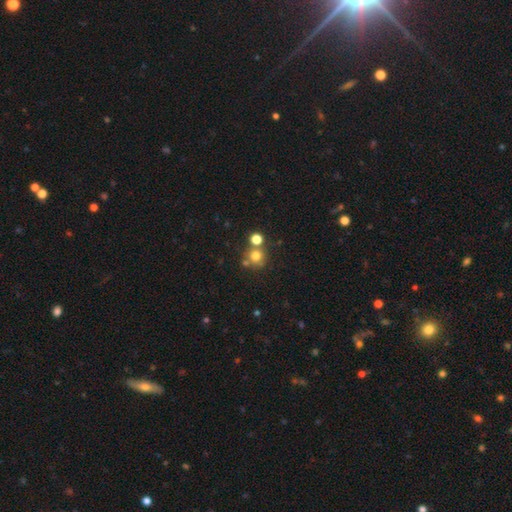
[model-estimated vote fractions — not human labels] A smooth galaxy with no disk features (74%) that is round (89%).

Vote fractions:
- Smooth or featured? smooth: 74% / star or artifact: 16% / featured or disk: 10%
- How rounded? round: 89% / in between: 10% / cigar-shaped: 1%
- Merging? none: 62% / merger: 25% / minor disturbance: 9% / major disturbance: 4%